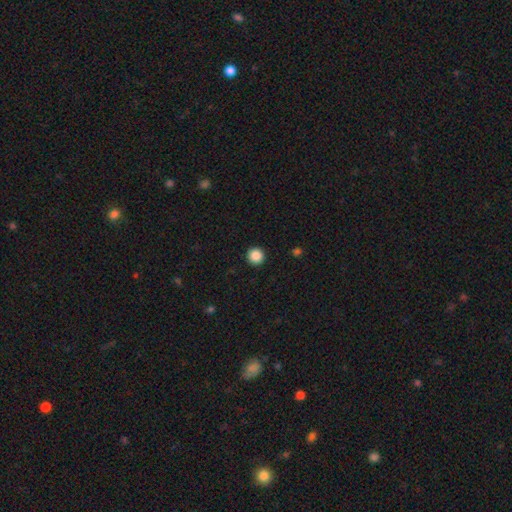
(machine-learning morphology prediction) This is clearly a smooth galaxy (87%). How rounded: clearly round (96%). Merging: clearly none (94%).